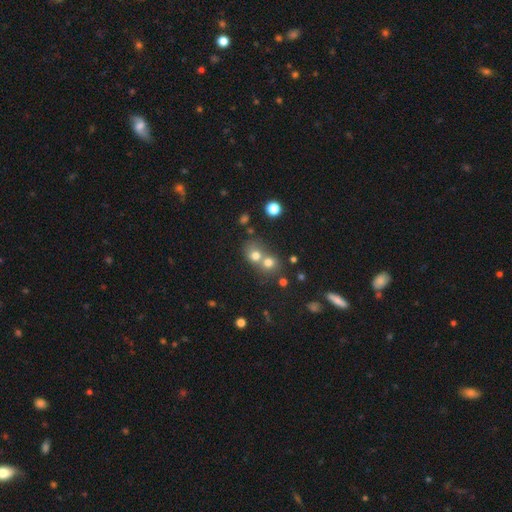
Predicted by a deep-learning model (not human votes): This appears to be a smooth galaxy with no disk features (71%) that is round (75%). Merging: merger (59%).